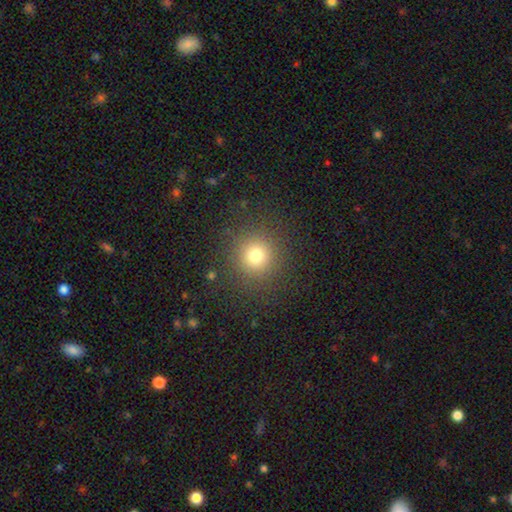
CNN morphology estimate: Smooth or featured: smooth — 76% (star or artifact — 17%)
How rounded: round — 94% (in between — 5%)
Merging: none — 88% (minor disturbance — 7%)